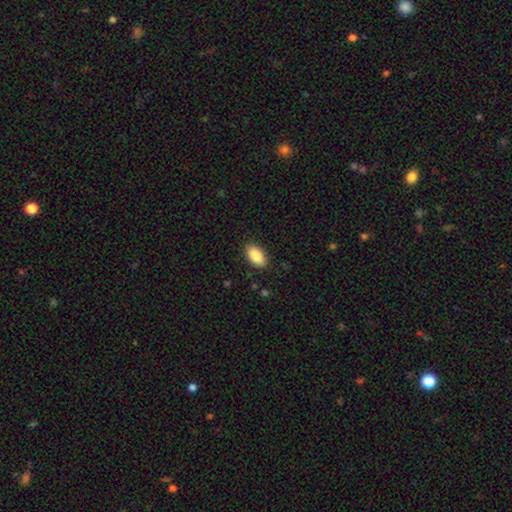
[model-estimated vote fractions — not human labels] This is clearly a smooth galaxy (89%). How rounded: clearly in between (94%). Merging: clearly none (88%).